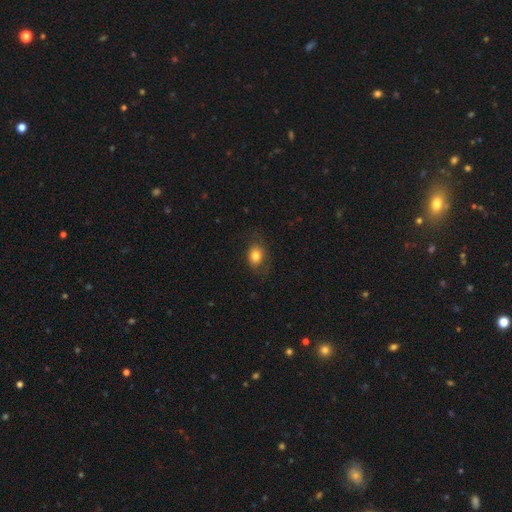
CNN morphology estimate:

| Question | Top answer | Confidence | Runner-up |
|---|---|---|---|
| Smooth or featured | smooth | 81% | featured or disk (10%) |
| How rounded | in between | 57% | round (42%) |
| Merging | none | 75% | minor disturbance (18%) |